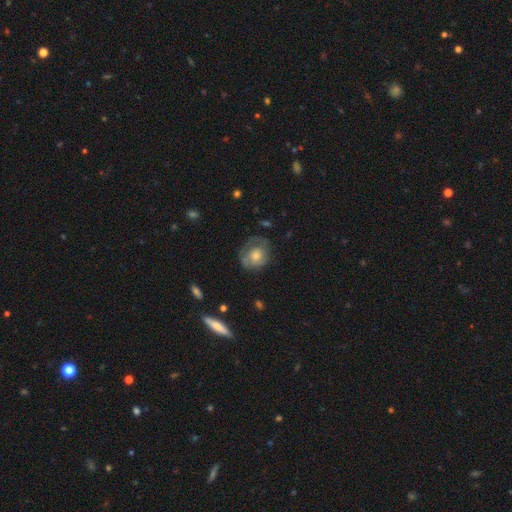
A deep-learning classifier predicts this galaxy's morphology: A featured or disk galaxy (47%).

Vote fractions:
- Smooth or featured? featured or disk: 47% / smooth: 44% / star or artifact: 8%
- Merging? none: 58% / minor disturbance: 24% / major disturbance: 17% / merger: 2%